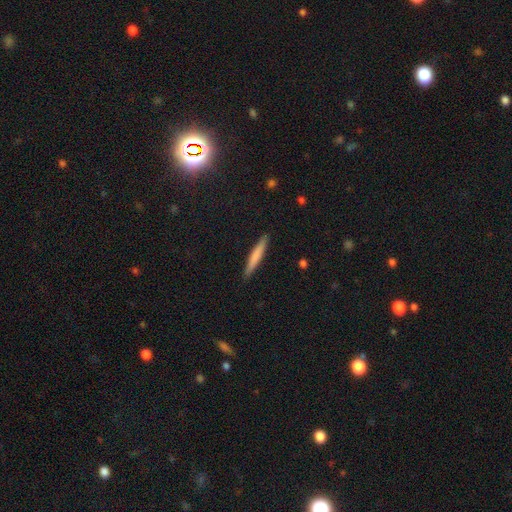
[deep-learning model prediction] Smooth or featured? smooth (70%)
How rounded? cigar-shaped (95%)
Merging? none (91%)